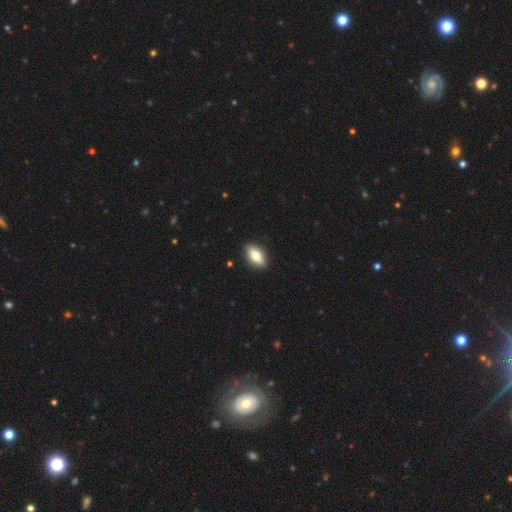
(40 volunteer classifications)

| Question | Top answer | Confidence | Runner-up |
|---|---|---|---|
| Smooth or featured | smooth | 57% | featured or disk (38%) |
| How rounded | in between | 78% | cigar-shaped (13%) |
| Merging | none | 76% | minor disturbance (18%) |